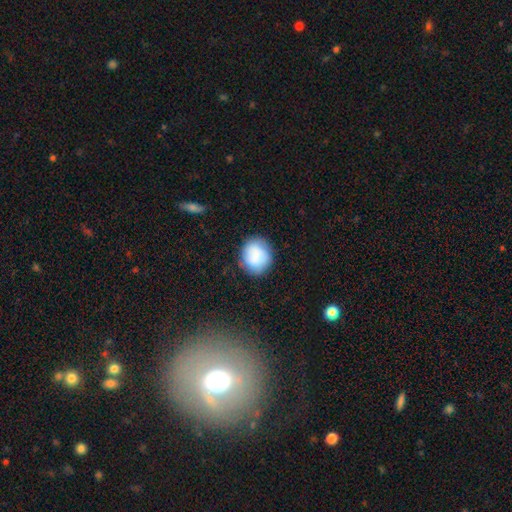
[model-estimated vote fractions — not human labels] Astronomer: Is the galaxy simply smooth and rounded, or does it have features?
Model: smooth — 84%.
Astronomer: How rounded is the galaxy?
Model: round — 73%.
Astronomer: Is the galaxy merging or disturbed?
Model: none — 78%.